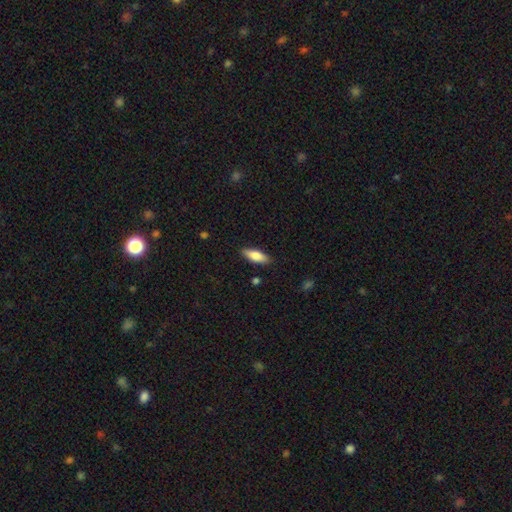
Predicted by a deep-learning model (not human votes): smooth-or-featured: smooth: 77% | featured or disk: 17% | star or artifact: 6%
  how-rounded: in between: 69% | cigar-shaped: 29% | round: 2%
  merging: none: 86% | minor disturbance: 10% | major disturbance: 2% | merger: 1%